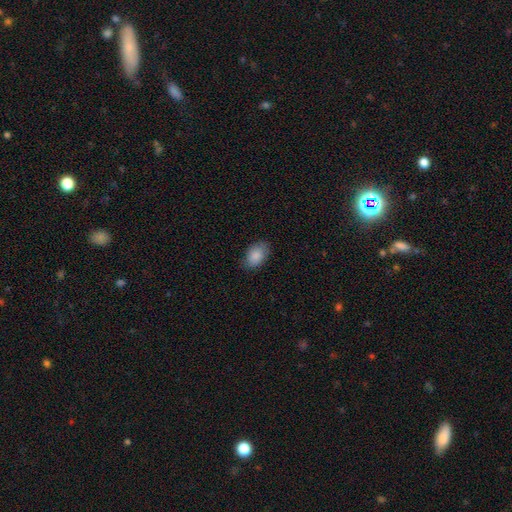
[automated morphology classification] Smooth or featured? smooth (87%)
How rounded? in between (88%)
Merging? none (78%)